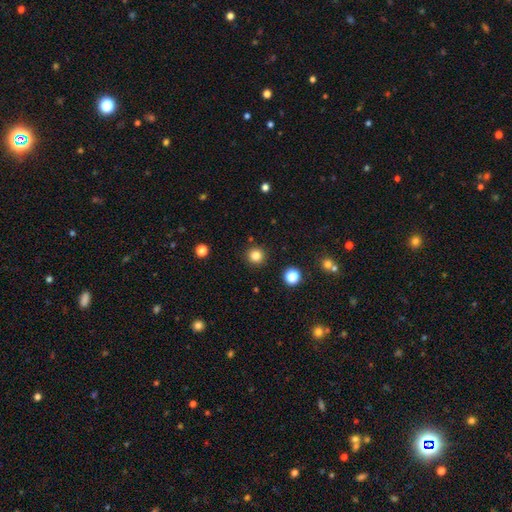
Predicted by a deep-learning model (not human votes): Smooth or featured?
  - smooth: 83% *
  - star or artifact: 13%
  - featured or disk: 5%
How rounded?
  - round: 96% *
  - in between: 3%
  - cigar-shaped: 1%
Merging?
  - none: 92% *
  - minor disturbance: 5%
  - major disturbance: 2%
  - merger: 2%